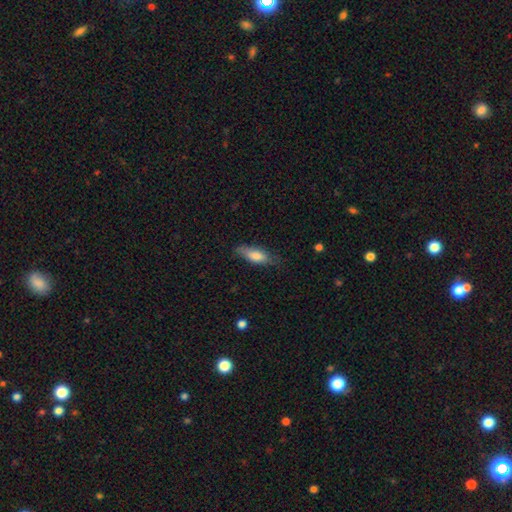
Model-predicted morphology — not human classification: smooth-or-featured: smooth: 76% | featured or disk: 18% | star or artifact: 6%
  how-rounded: in between: 59% | cigar-shaped: 39% | round: 2%
  merging: none: 73% | minor disturbance: 21% | major disturbance: 5% | merger: 1%